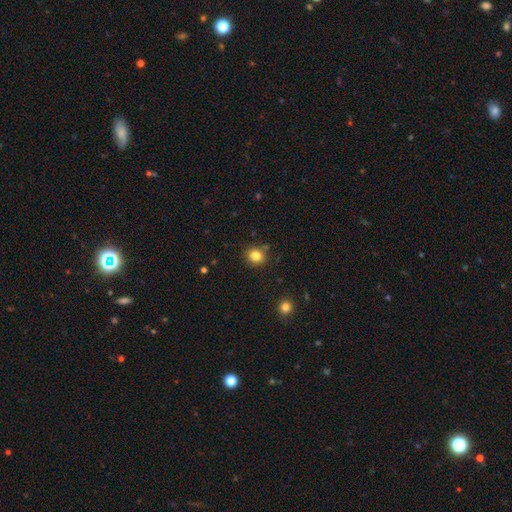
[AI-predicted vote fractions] smooth 83%, star or artifact 12%, featured or disk 6%. Down the decision tree: how rounded — round (80%); merging — none (85%).